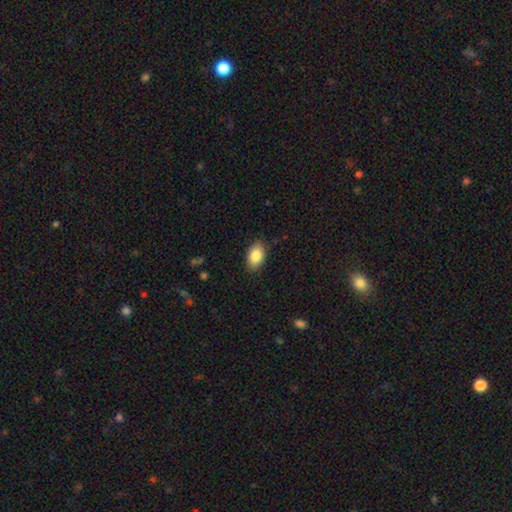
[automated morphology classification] Overall: smooth (87%). How rounded: in between (91%). Merging: none (87%).